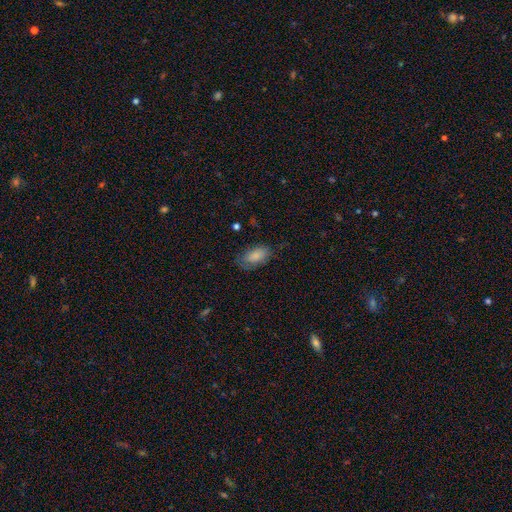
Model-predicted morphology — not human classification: This appears to be a smooth galaxy with no disk features (82%) that is in between round and cigar-shaped (92%). Merging: none (69%).